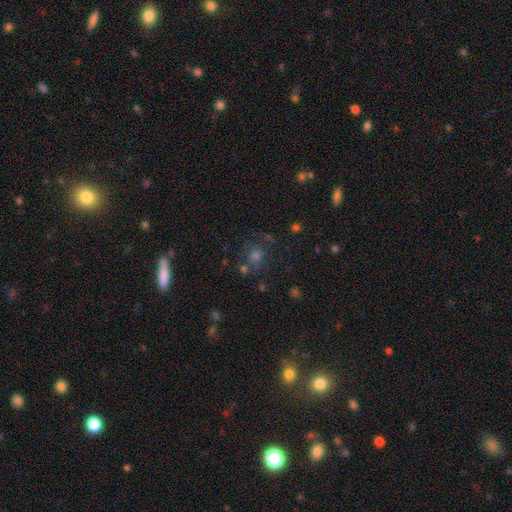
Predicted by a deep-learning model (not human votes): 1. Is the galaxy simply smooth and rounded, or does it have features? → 46% smooth, 33% star or artifact, 21% featured or disk.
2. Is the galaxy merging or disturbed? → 68% none, 14% minor disturbance, 9% merger, 9% major disturbance.